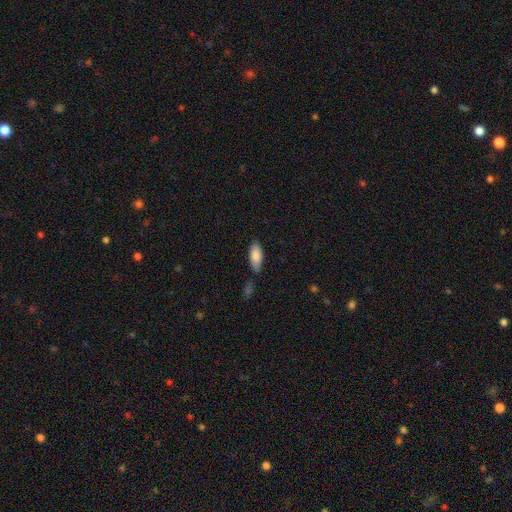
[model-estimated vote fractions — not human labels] smooth_or_featured: smooth (p=0.85) [alt: featured or disk p=0.09]
how_rounded: in between (p=0.82) [alt: cigar-shaped p=0.16]
merging: none (p=0.68) [alt: minor disturbance p=0.21]